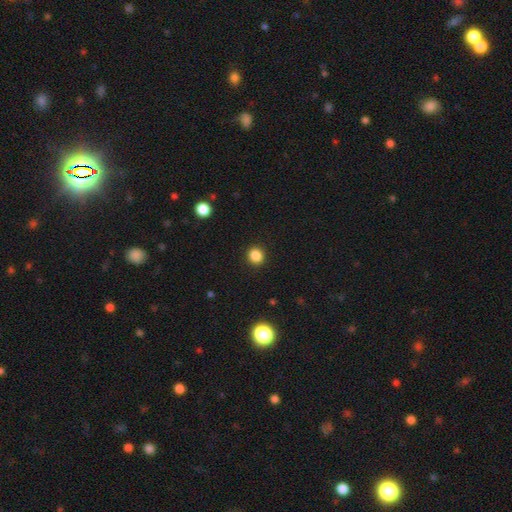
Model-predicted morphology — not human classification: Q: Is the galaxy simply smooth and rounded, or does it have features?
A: smooth — 85%.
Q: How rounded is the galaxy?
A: round — 88%.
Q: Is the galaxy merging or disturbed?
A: none — 92%.